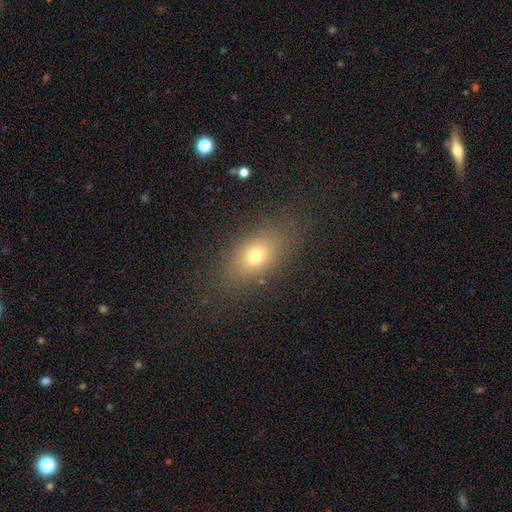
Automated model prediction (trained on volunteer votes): Smooth or featured: smooth — 70% (featured or disk — 16%)
How rounded: in between — 77% (round — 17%)
Merging: none — 82% (minor disturbance — 11%)